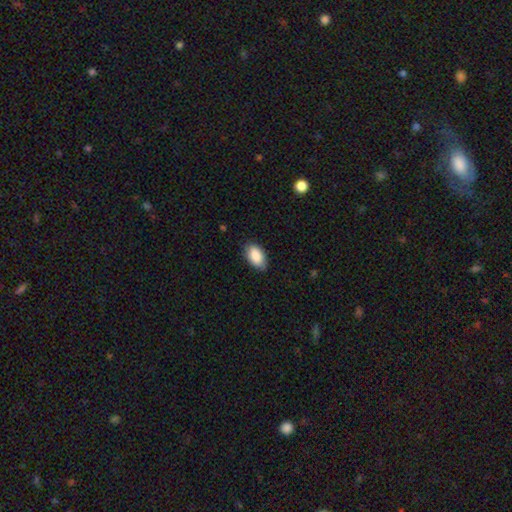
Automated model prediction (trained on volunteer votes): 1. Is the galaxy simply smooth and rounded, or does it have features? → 88% smooth, 6% star or artifact, 5% featured or disk.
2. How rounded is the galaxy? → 94% in between, 4% round, 2% cigar-shaped.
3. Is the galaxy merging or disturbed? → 84% none, 13% minor disturbance, 2% major disturbance, 1% merger.